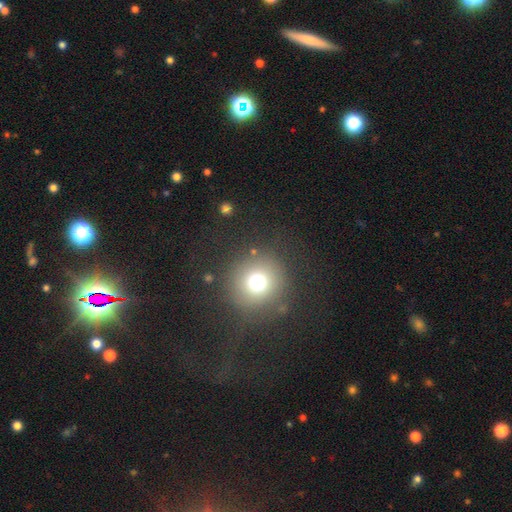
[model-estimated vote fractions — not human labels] Smooth or featured?
  - smooth: 60% *
  - star or artifact: 28%
  - featured or disk: 13%
How rounded?
  - round: 94% *
  - in between: 5%
  - cigar-shaped: 1%
Merging?
  - none: 76% *
  - major disturbance: 11%
  - minor disturbance: 10%
  - merger: 2%